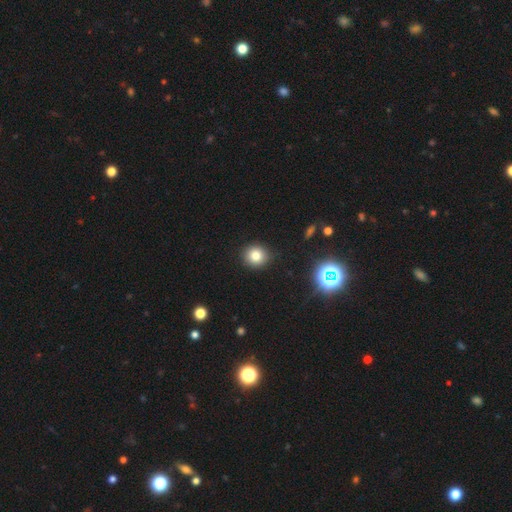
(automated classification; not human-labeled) This is likely a smooth galaxy (79%). How rounded: clearly round (89%). Merging: clearly none (89%).